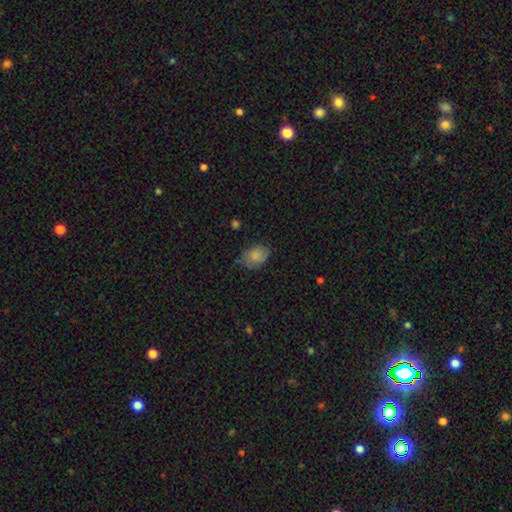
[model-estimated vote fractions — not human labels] The model was most divided on "merging": none: 61%, minor disturbance: 30%, major disturbance: 7%, merger: 2%. More confident: smooth or featured — smooth (82%); how rounded — in between (73%).